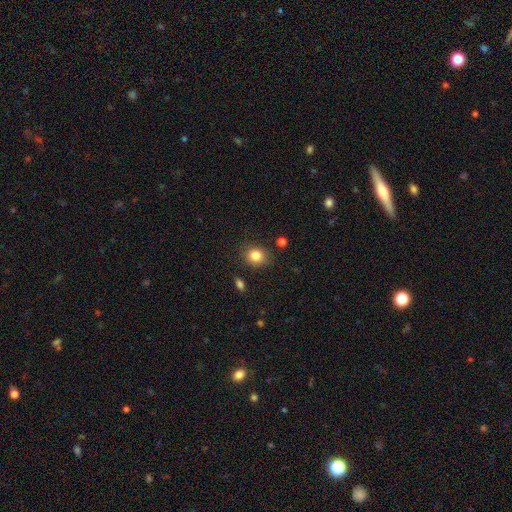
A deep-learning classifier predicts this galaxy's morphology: A smooth galaxy with no disk features (84%) that is round (70%).

Vote fractions:
- Smooth or featured? smooth: 84% / star or artifact: 10% / featured or disk: 6%
- How rounded? round: 70% / in between: 29% / cigar-shaped: 1%
- Merging? none: 83% / minor disturbance: 11% / major disturbance: 3% / merger: 2%